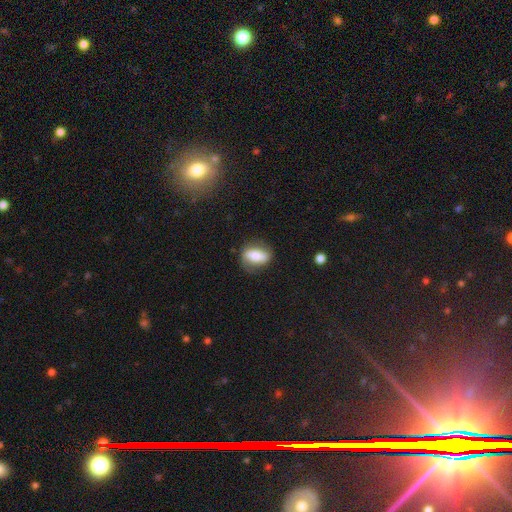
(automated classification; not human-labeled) Smooth or featured?
  - smooth: 58% *
  - featured or disk: 35%
  - star or artifact: 7%
How rounded?
  - in between: 75% *
  - round: 16%
  - cigar-shaped: 9%
Merging?
  - none: 75% *
  - minor disturbance: 18%
  - major disturbance: 6%
  - merger: 2%